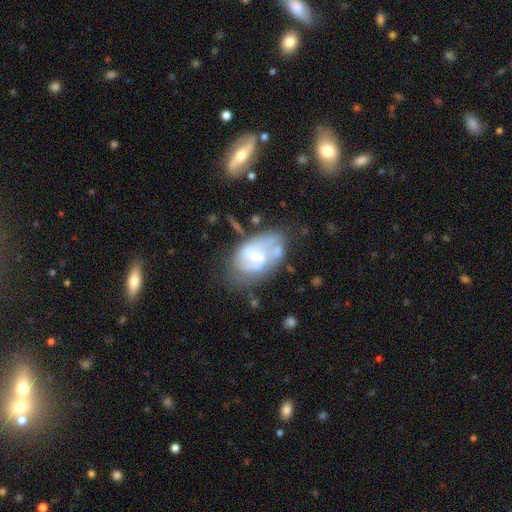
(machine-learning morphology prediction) Smooth or featured? Predicted: featured or disk (p=0.72). Edge-on disk? Predicted: no (p=0.97). Bar? Predicted: weak (p=0.54). Spiral arms? Predicted: yes (p=0.83). Spiral winding? Predicted: medium (p=0.45). Spiral arm count? Predicted: 2 (p=0.62). Bulge size? Predicted: small (p=0.42). Merging? Predicted: none (p=0.45).